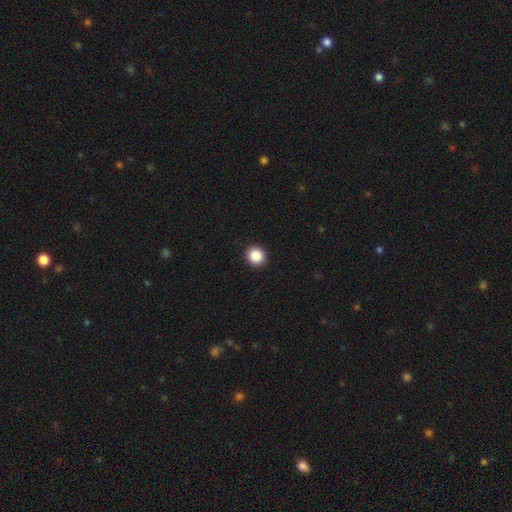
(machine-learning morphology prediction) smooth-or-featured: smooth: 87% | star or artifact: 9% | featured or disk: 3%
  how-rounded: round: 92% | in between: 7% | cigar-shaped: 1%
  merging: none: 93% | minor disturbance: 4% | major disturbance: 2% | merger: 1%